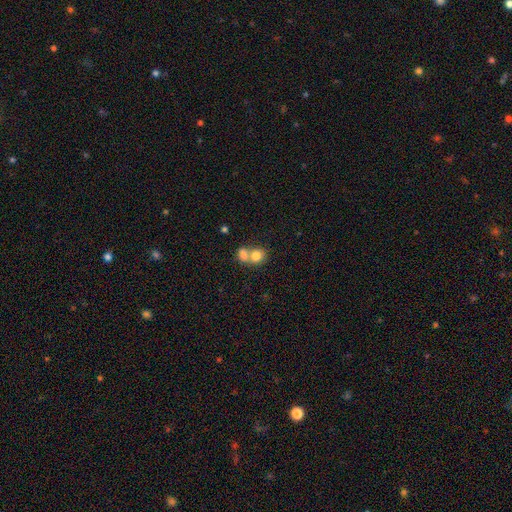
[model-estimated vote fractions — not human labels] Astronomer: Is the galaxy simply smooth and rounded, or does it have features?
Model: smooth — 79%.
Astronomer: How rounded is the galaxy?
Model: round — 64%.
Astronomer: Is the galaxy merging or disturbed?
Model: merger — 65%.